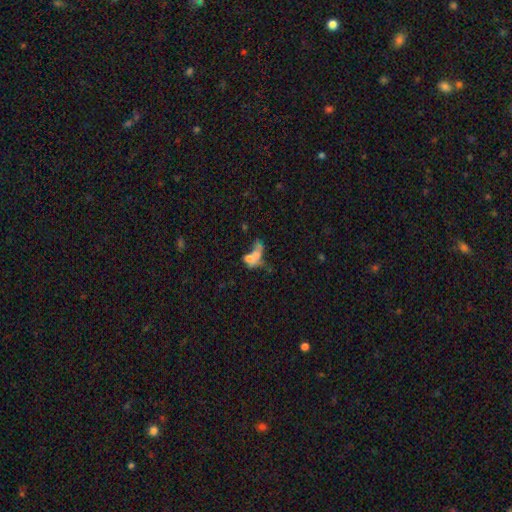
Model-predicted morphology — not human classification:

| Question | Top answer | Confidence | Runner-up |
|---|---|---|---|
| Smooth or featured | smooth | 46% | featured or disk (38%) |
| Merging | merger | 57% | major disturbance (18%) |